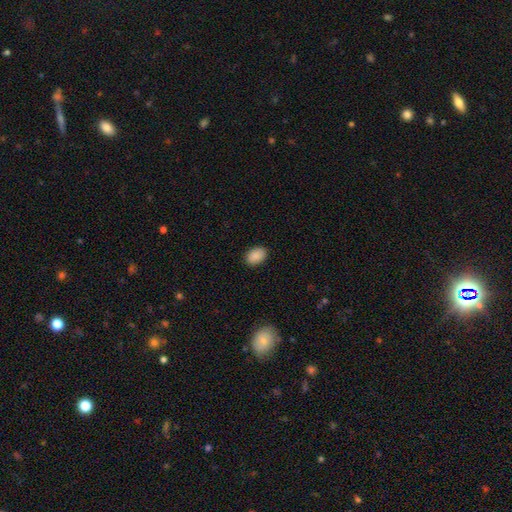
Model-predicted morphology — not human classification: Smooth or featured?
  - smooth: 90% *
  - star or artifact: 7%
  - featured or disk: 3%
How rounded?
  - in between: 82% *
  - round: 17%
  - cigar-shaped: 1%
Merging?
  - none: 89% *
  - minor disturbance: 8%
  - major disturbance: 2%
  - merger: 1%